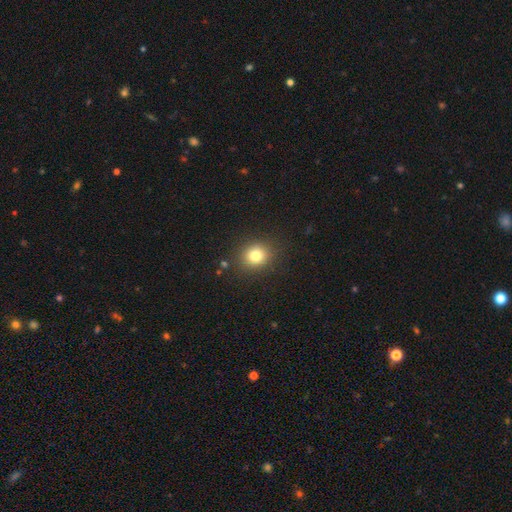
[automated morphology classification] Smooth or featured: smooth — 80% (star or artifact — 13%)
How rounded: round — 77% (in between — 23%)
Merging: none — 87% (minor disturbance — 8%)